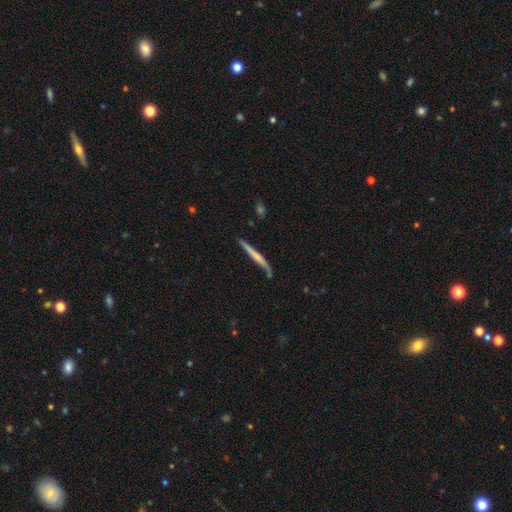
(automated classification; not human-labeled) This is possibly a smooth galaxy (48%). Merging: likely none (76%).